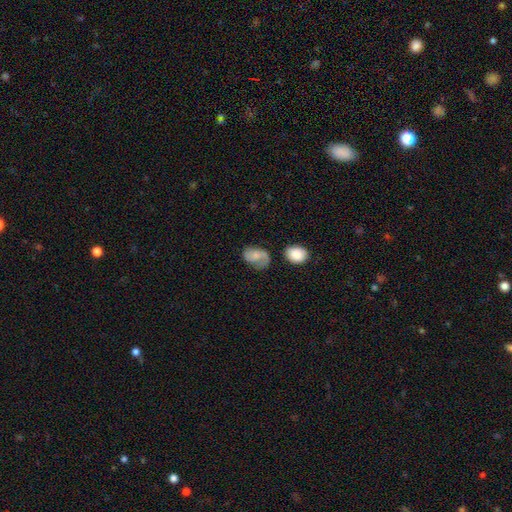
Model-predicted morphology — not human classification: Q: Smooth or featured?
A: smooth (47%); runner-up: featured or disk (45%)
Q: Merging?
A: none (49%); runner-up: minor disturbance (29%)